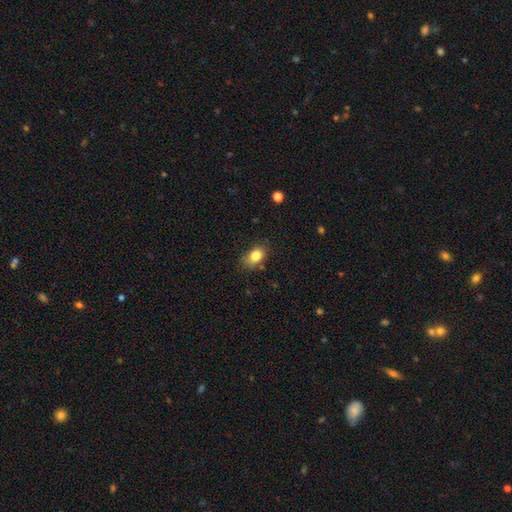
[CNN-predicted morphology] Smooth or featured? smooth (83%)
How rounded? in between (77%)
Merging? none (73%)